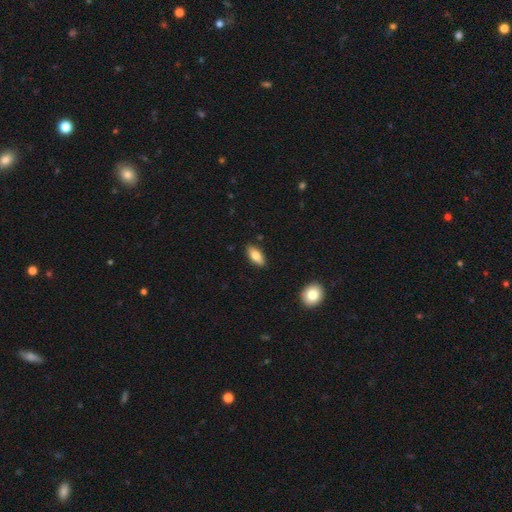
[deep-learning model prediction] Smooth or featured?
  - smooth: 78% *
  - featured or disk: 15%
  - star or artifact: 7%
How rounded?
  - in between: 85% *
  - cigar-shaped: 12%
  - round: 3%
Merging?
  - none: 88% *
  - minor disturbance: 9%
  - major disturbance: 2%
  - merger: 1%